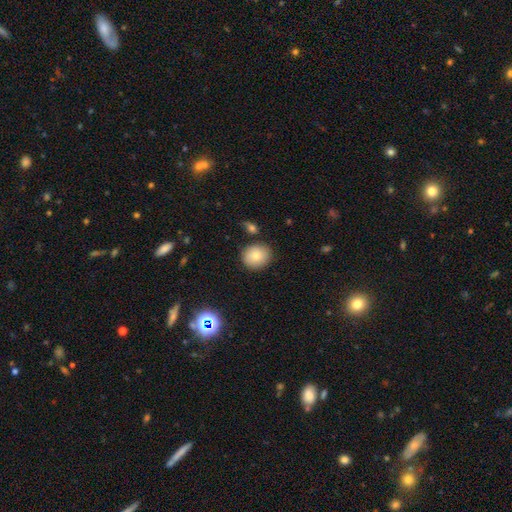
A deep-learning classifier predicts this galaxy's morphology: A smooth galaxy with no disk features (80%) that is round (75%).

Vote fractions:
- Smooth or featured? smooth: 80% / featured or disk: 11% / star or artifact: 10%
- How rounded? round: 75% / in between: 24% / cigar-shaped: 1%
- Merging? none: 81% / minor disturbance: 12% / merger: 5% / major disturbance: 3%